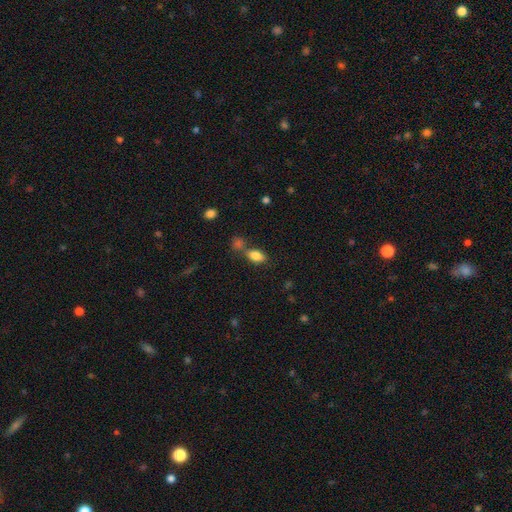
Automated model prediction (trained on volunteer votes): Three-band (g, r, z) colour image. It shows a smooth galaxy with no disk features (83%) that is in between round and cigar-shaped (88%). Merging: none (61%).